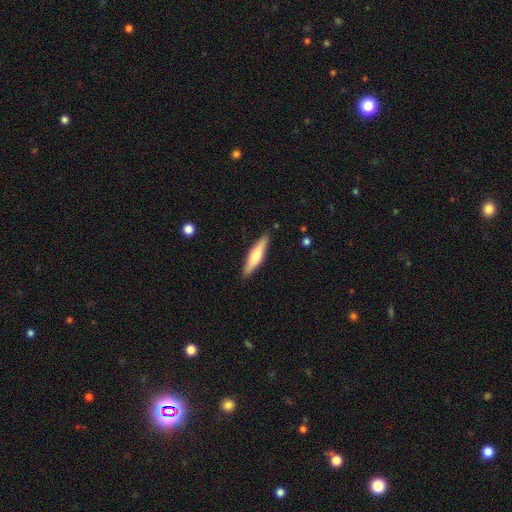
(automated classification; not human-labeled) A smooth galaxy with no disk features (55%) that is cigar-shaped (76%). Merging: none (89%).